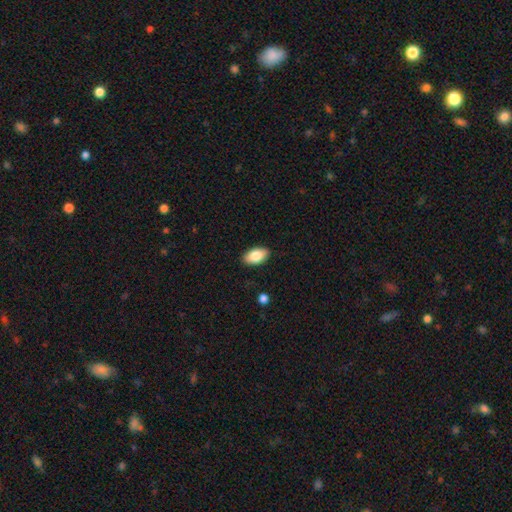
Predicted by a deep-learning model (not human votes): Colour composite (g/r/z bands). It shows a smooth galaxy with no disk features (85%) that is in between round and cigar-shaped (94%). Merging: none (88%).